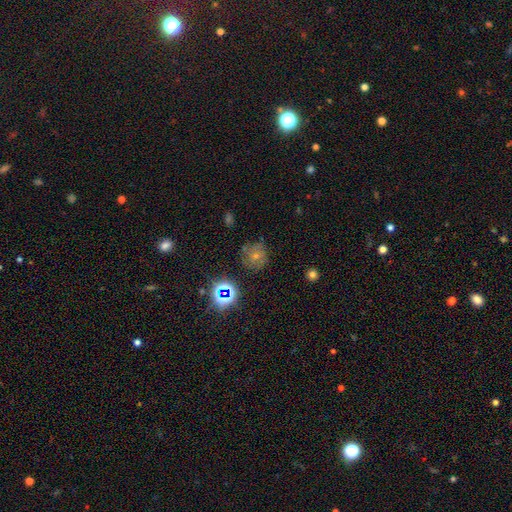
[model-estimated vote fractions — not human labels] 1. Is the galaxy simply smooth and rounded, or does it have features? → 52% smooth, 24% star or artifact, 23% featured or disk.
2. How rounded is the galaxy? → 87% round, 12% in between, 1% cigar-shaped.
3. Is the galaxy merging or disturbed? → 71% none, 19% minor disturbance, 7% major disturbance, 4% merger.